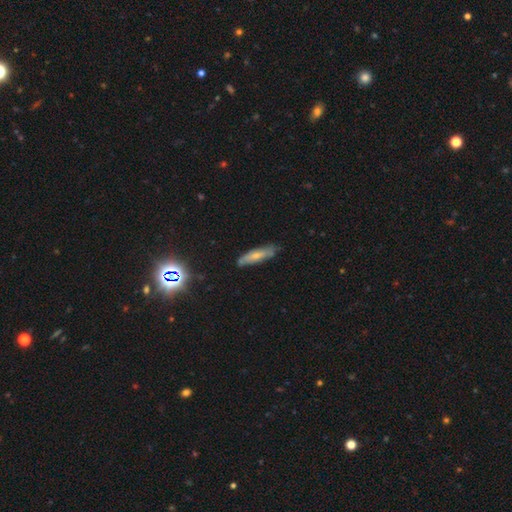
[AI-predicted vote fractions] Overall: smooth (57%; featured or disk 34%). How rounded: cigar-shaped (72%). Merging: none (74%).